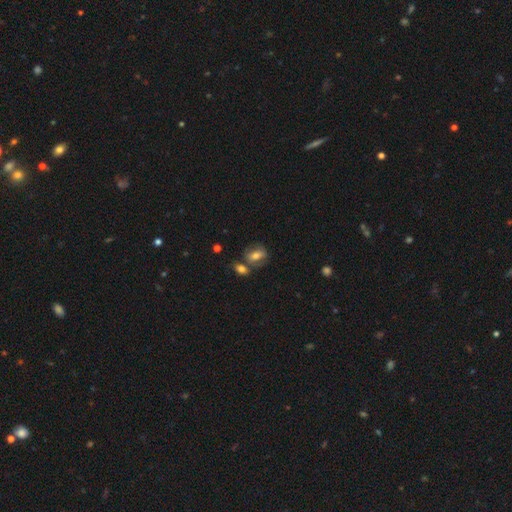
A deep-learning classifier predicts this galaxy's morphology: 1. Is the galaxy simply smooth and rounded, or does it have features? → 60% smooth, 30% featured or disk, 9% star or artifact.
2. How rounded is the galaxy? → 68% in between, 28% round, 4% cigar-shaped.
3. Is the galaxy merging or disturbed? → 52% none, 28% merger, 14% minor disturbance, 6% major disturbance.